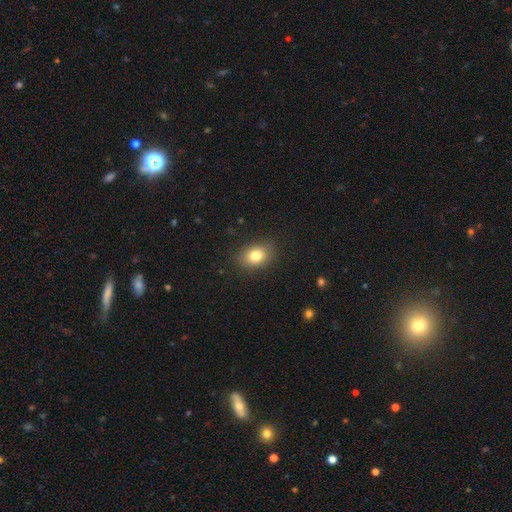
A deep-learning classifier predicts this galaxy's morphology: type=smooth (80%); roundness=in between (72%); merging=none (86%).